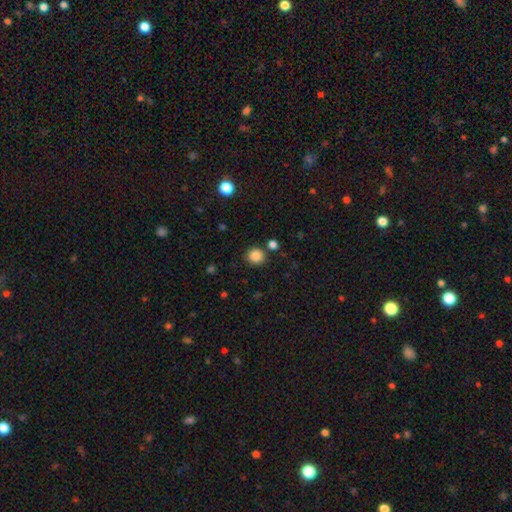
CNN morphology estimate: This appears to be a smooth galaxy with no disk features (86%) that is round (91%). Merging: none (85%).